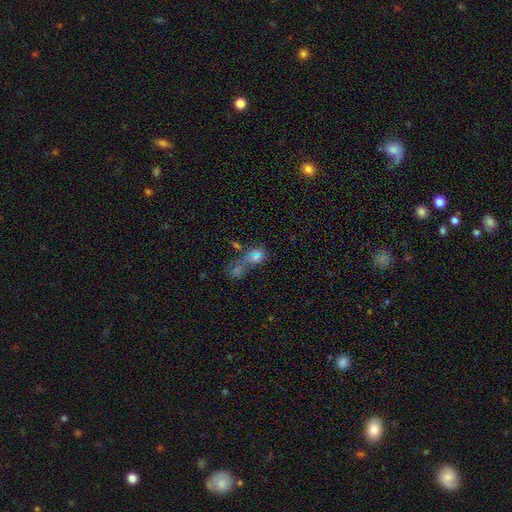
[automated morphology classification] This appears to be a smooth galaxy with no disk features (58%) that is in between round and cigar-shaped (56%). Merging: merger (60%).